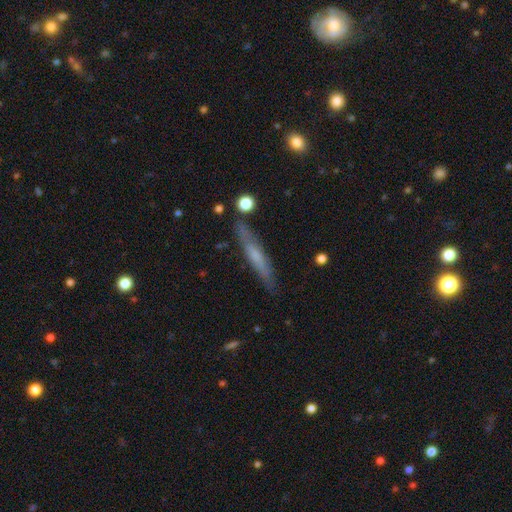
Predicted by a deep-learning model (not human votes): featured or disk 48%, smooth 45%, star or artifact 7%. Down the decision tree: merging — none (81%).